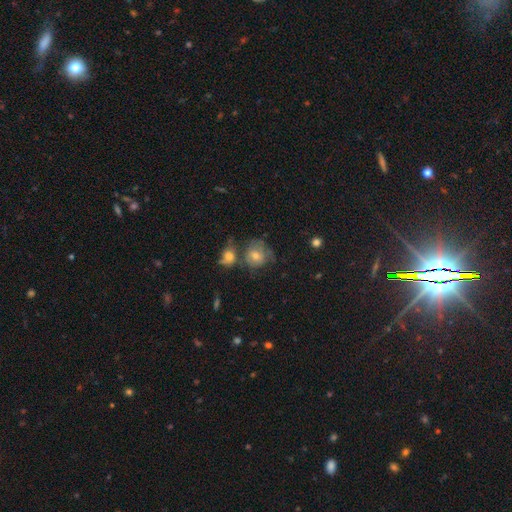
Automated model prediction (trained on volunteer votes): Overall: smooth (54%; featured or disk 34%). How rounded: round (77%). Merging: none (46%; merger 23%).